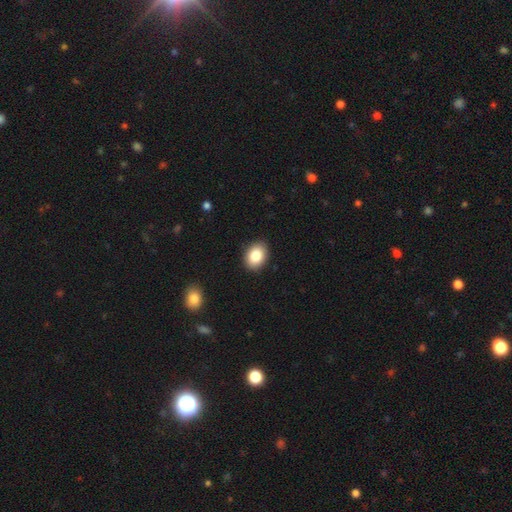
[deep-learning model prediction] Smooth or featured? Predicted: smooth (p=0.85). How rounded? Predicted: in between (p=0.71). Merging? Predicted: none (p=0.89).